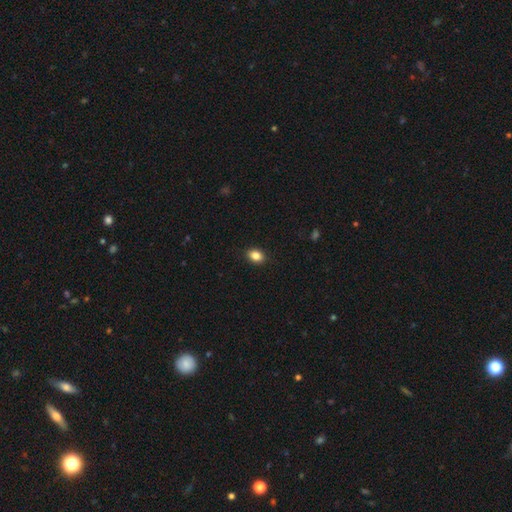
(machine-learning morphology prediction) type=smooth (86%); roundness=in between (71%); merging=none (90%).